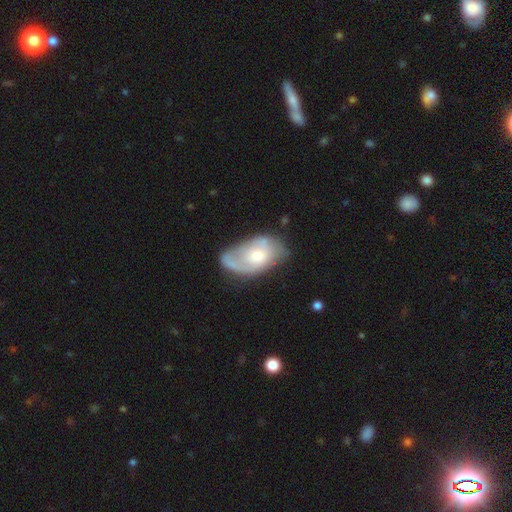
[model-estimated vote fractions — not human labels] The model was most divided on "merging": none: 42%, minor disturbance: 32%, major disturbance: 20%, merger: 5%. More confident: edge-on disk — no (94%); bar — no (76%); spiral arms — yes (61%); smooth or featured — featured or disk (56%); bulge size — moderate (53%).